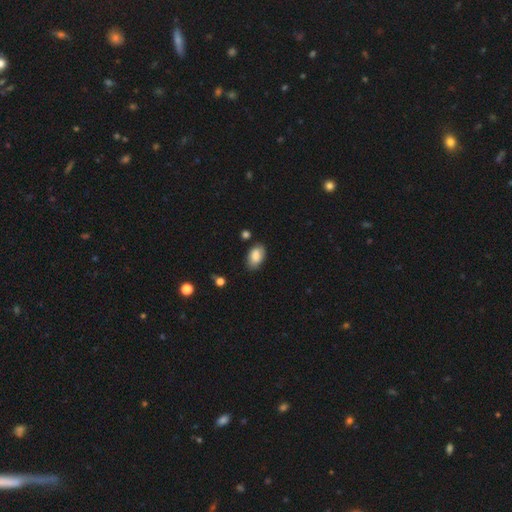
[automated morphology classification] smooth_or_featured: smooth (p=0.84) [alt: featured or disk p=0.09]
how_rounded: in between (p=0.92) [alt: round p=0.07]
merging: none (p=0.78) [alt: minor disturbance p=0.16]